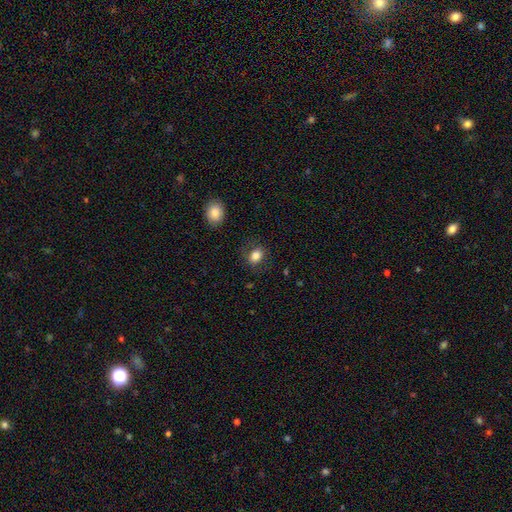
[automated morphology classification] Smooth or featured?
  - smooth: 82% *
  - featured or disk: 9%
  - star or artifact: 9%
How rounded?
  - in between: 56% *
  - round: 43%
  - cigar-shaped: 1%
Merging?
  - none: 76% *
  - minor disturbance: 15%
  - major disturbance: 7%
  - merger: 2%